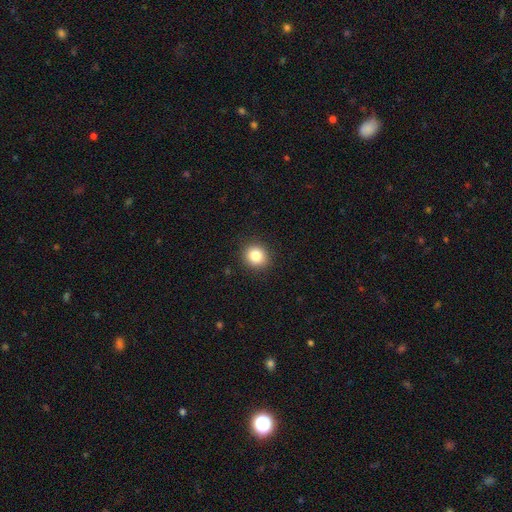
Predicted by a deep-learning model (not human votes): The model was most divided on "how rounded": round: 81%, in between: 18%, cigar-shaped: 1%. More confident: merging — none (90%); smooth or featured — smooth (84%).